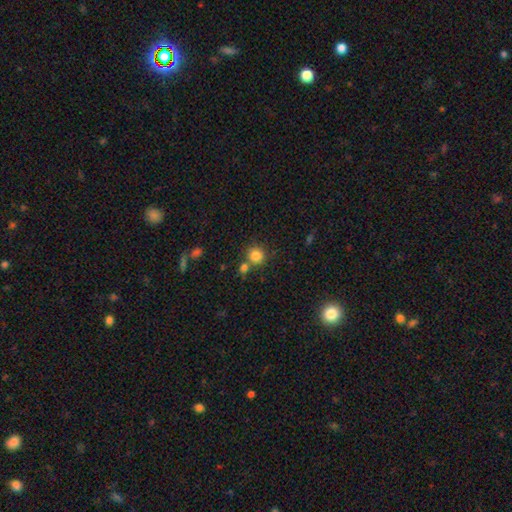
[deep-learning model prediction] Overall: smooth (83%). How rounded: round (90%). Merging: none (70%).